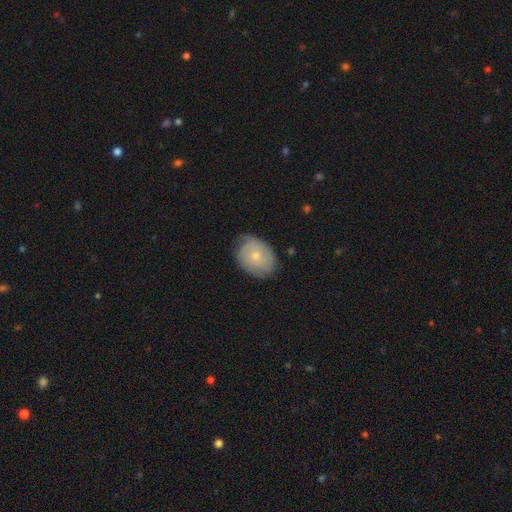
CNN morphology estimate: This appears to be a smooth galaxy with no disk features (48%). Merging: none (64%).